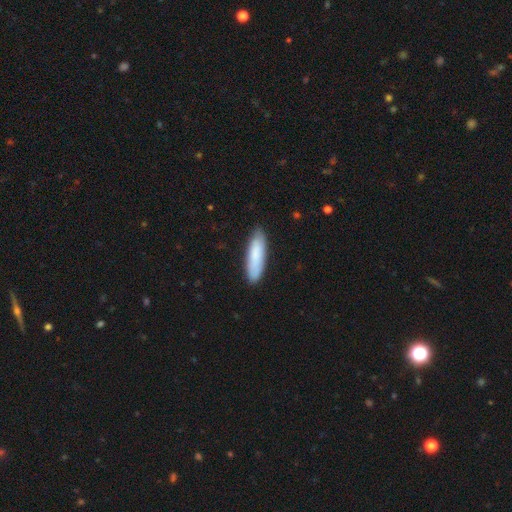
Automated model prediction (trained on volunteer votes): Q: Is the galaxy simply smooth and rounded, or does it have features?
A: smooth — 81%.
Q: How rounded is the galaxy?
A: cigar-shaped — 62%.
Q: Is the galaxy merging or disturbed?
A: none — 85%.